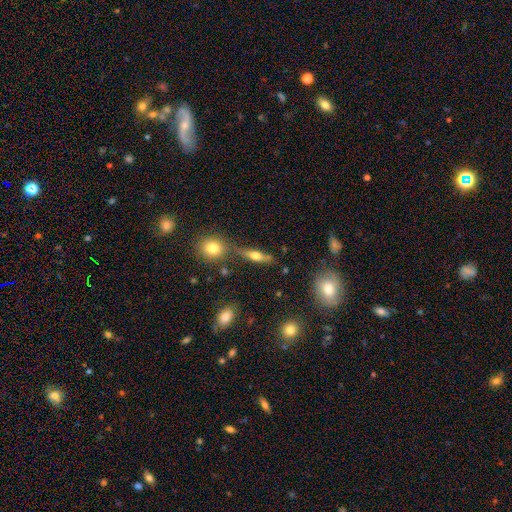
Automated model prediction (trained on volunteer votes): This appears to be a smooth galaxy with no disk features (46%). Merging: none (67%).